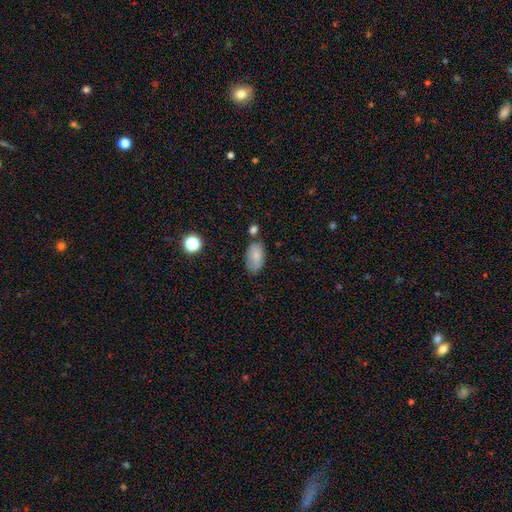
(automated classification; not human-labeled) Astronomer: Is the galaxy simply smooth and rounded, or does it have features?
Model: smooth — 81%.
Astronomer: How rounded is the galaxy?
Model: in between — 93%.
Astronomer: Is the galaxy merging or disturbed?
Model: none — 65%.